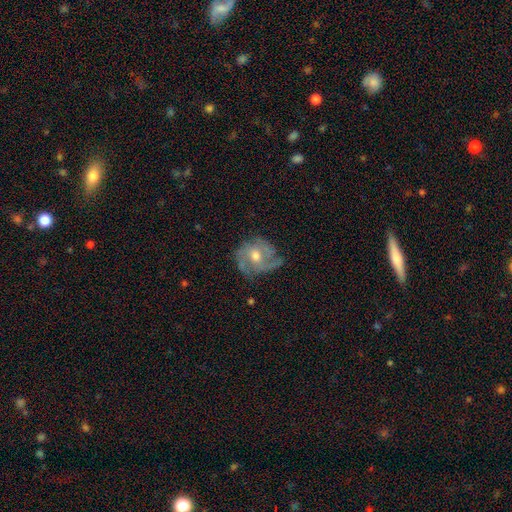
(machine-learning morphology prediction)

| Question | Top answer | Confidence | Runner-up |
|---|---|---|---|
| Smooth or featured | featured or disk | 74% | smooth (19%) |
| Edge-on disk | no | 97% | yes (3%) |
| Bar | no | 67% | weak (27%) |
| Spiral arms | yes | 86% | no (14%) |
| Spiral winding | medium | 43% | tight (41%) |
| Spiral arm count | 3 | 34% | can't tell (25%) |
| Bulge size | moderate | 74% | small (18%) |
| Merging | none | 59% | minor disturbance (25%) |